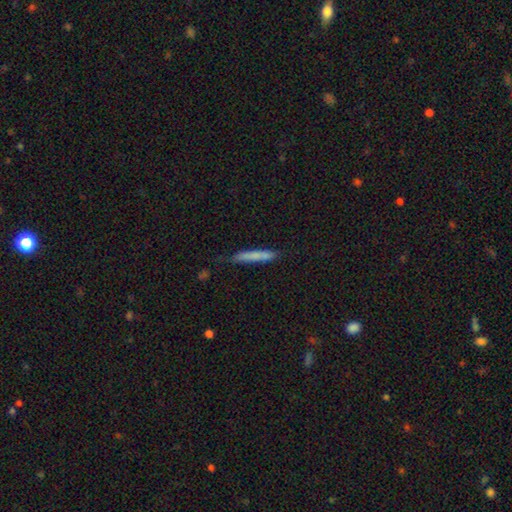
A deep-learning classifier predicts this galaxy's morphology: Q: Smooth or featured?
A: smooth (75%); runner-up: featured or disk (18%)
Q: How rounded?
A: cigar-shaped (94%); runner-up: in between (5%)
Q: Merging?
A: none (73%); runner-up: minor disturbance (20%)